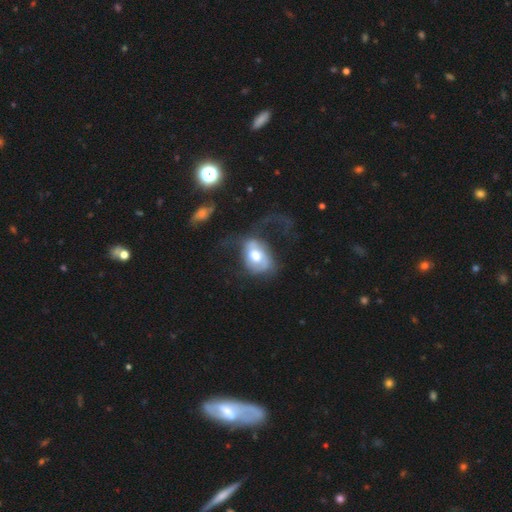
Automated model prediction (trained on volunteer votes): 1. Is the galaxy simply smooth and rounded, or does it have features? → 51% featured or disk, 42% smooth, 7% star or artifact.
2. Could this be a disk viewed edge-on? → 95% no, 5% yes.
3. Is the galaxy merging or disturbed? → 51% major disturbance, 27% none, 18% minor disturbance, 5% merger.